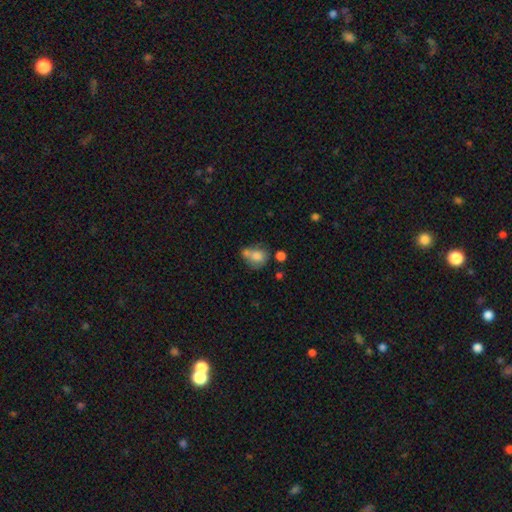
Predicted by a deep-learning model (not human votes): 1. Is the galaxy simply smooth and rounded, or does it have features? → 75% smooth, 15% featured or disk, 10% star or artifact.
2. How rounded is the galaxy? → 51% in between, 48% round, 1% cigar-shaped.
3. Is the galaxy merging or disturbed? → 41% merger, 32% none, 17% minor disturbance, 10% major disturbance.